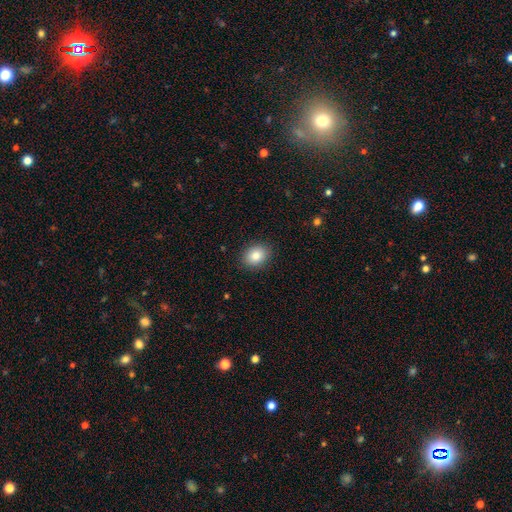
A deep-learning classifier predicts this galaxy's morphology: Smooth or featured? smooth (84%)
How rounded? in between (57%)
Merging? none (89%)